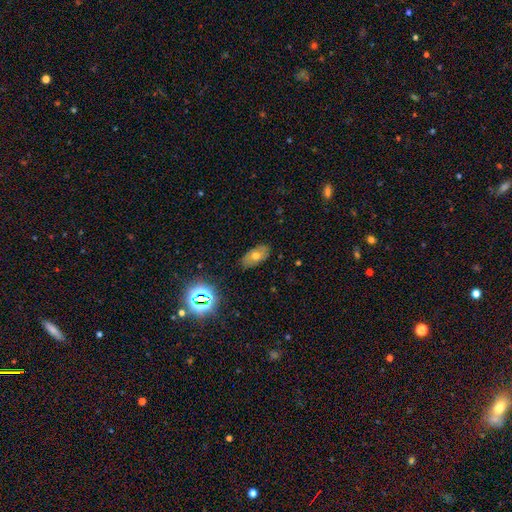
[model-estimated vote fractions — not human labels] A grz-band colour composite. It shows a smooth galaxy with no disk features (60%) that is in between round and cigar-shaped (91%). Merging: none (83%).